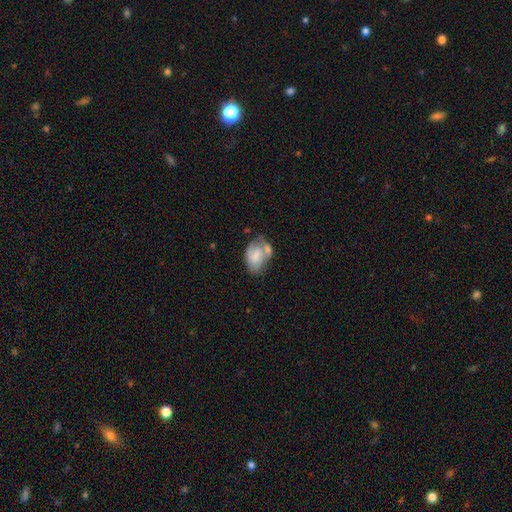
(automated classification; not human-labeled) smooth-or-featured: smooth: 49% | featured or disk: 43% | star or artifact: 7%
  merging: merger: 33% | none: 31% | minor disturbance: 23% | major disturbance: 13%